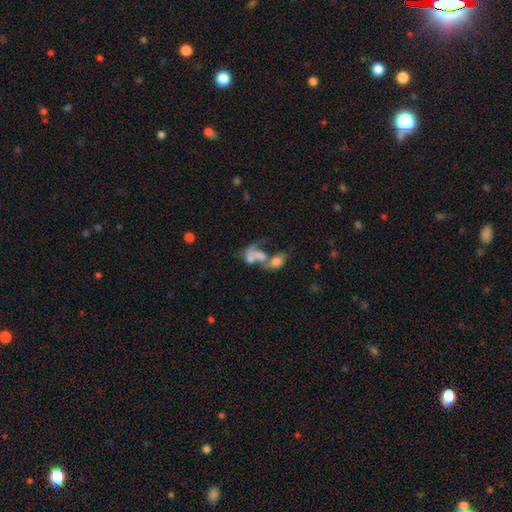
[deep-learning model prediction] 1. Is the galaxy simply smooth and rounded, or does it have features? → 47% smooth, 40% featured or disk, 13% star or artifact.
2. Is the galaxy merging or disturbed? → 65% merger, 18% major disturbance, 11% none, 6% minor disturbance.